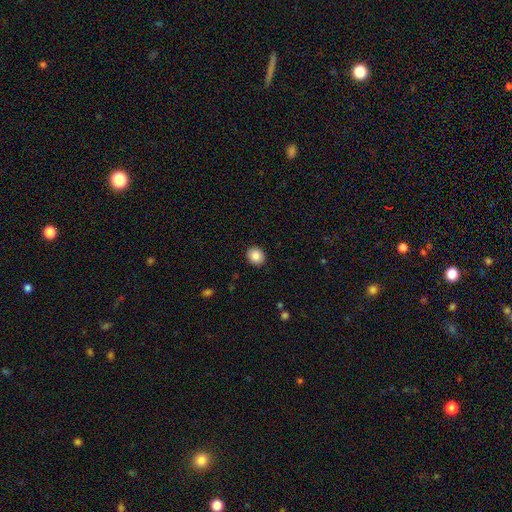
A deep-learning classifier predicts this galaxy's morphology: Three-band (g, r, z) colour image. It shows a smooth galaxy with no disk features (86%) that is round (71%). Merging: none (91%).